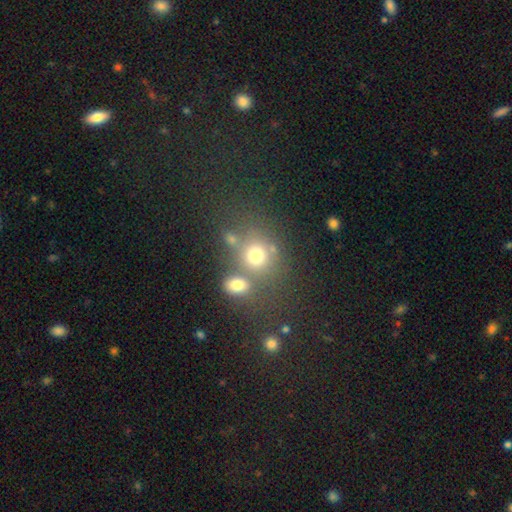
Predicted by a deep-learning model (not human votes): Smooth or featured?
  - smooth: 71% *
  - star or artifact: 17%
  - featured or disk: 12%
How rounded?
  - round: 73% *
  - in between: 25%
  - cigar-shaped: 1%
Merging?
  - none: 51% *
  - merger: 32%
  - minor disturbance: 11%
  - major disturbance: 7%